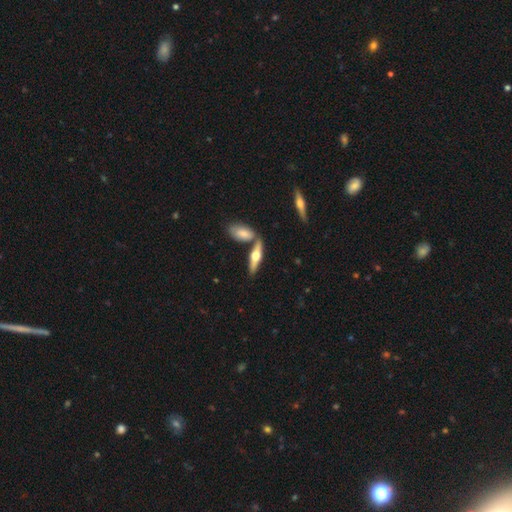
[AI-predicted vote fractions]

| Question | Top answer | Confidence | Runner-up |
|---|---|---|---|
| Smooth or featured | featured or disk | 55% | smooth (40%) |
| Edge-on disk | yes | 92% | no (8%) |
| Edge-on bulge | rounded | 95% | boxy (3%) |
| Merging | none | 67% | merger (21%) |